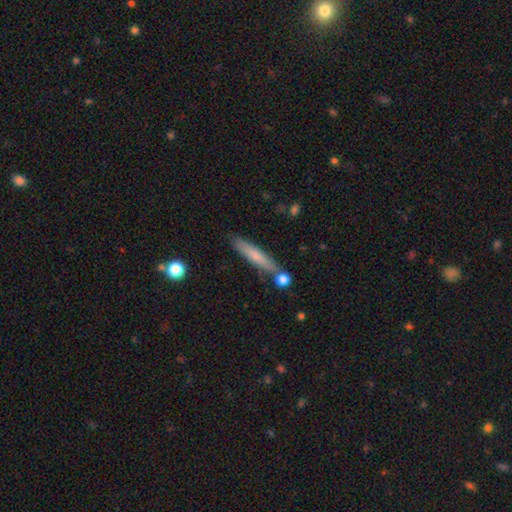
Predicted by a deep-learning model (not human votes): Morphology: type=smooth (64%); roundness=cigar-shaped (92%); merging=none (78%).